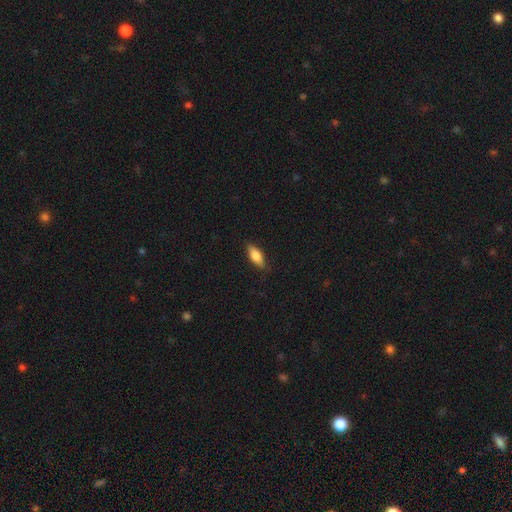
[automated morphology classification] smooth 77%, featured or disk 17%, star or artifact 7%. Down the decision tree: how rounded — in between (74%); merging — none (84%).